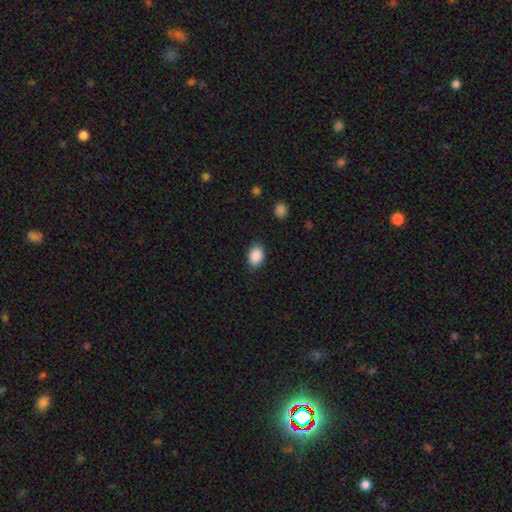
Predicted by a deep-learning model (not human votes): Smooth or featured?
  - smooth: 89% *
  - star or artifact: 8%
  - featured or disk: 4%
How rounded?
  - in between: 74% *
  - round: 25%
  - cigar-shaped: 1%
Merging?
  - none: 81% *
  - minor disturbance: 14%
  - major disturbance: 3%
  - merger: 1%